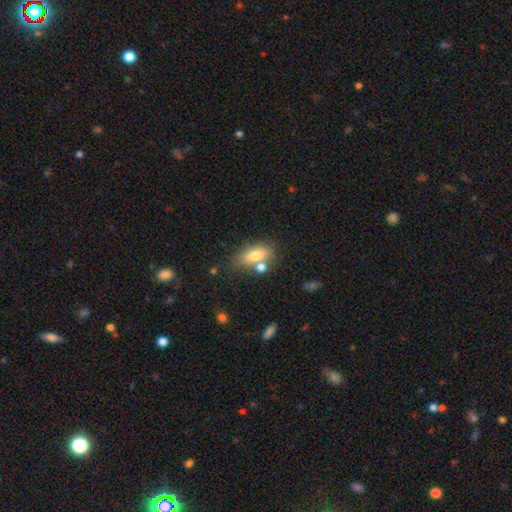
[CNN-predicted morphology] smooth_or_featured: smooth (p=0.71) [alt: featured or disk p=0.20]
how_rounded: in between (p=0.79) [alt: cigar-shaped p=0.11]
merging: none (p=0.55) [alt: merger p=0.24]